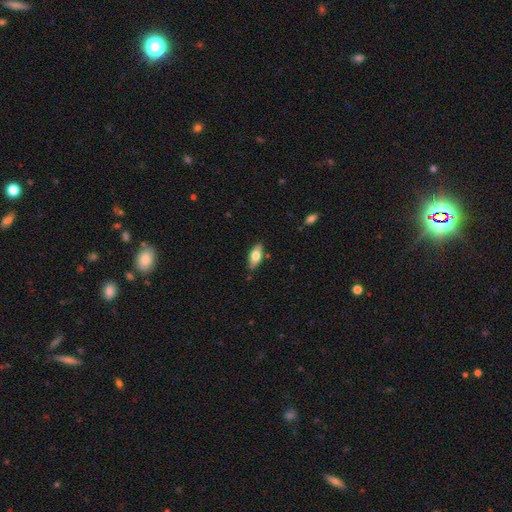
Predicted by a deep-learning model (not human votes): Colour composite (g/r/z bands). It shows a smooth galaxy with no disk features (71%) that is in between round and cigar-shaped (84%). Merging: none (83%).